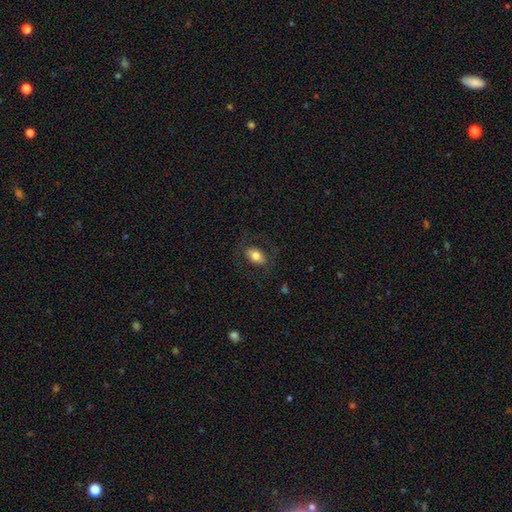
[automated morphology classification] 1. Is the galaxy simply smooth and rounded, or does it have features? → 72% smooth, 20% featured or disk, 8% star or artifact.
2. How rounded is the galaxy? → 83% in between, 16% round, 1% cigar-shaped.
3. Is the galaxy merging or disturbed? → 75% none, 14% minor disturbance, 10% major disturbance, 1% merger.